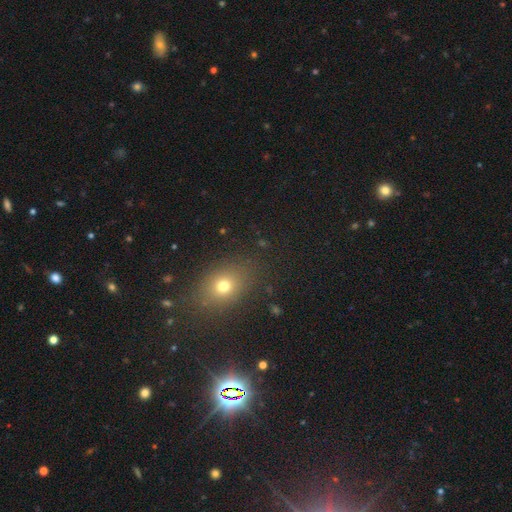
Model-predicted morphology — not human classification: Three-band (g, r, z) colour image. It shows a smooth galaxy with no disk features (48%). Merging: none (86%).